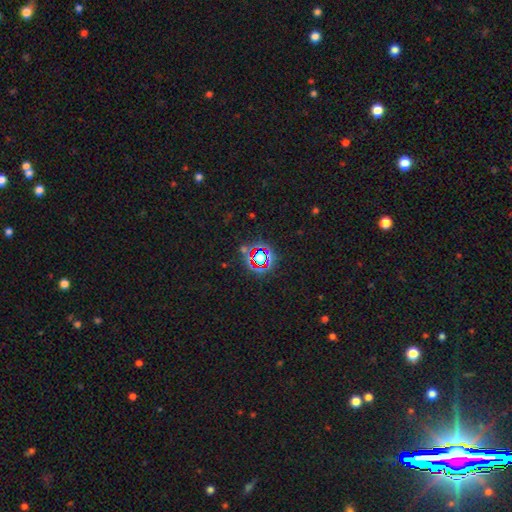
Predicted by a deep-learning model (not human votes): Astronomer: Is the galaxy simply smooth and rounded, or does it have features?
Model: star or artifact — 77%.